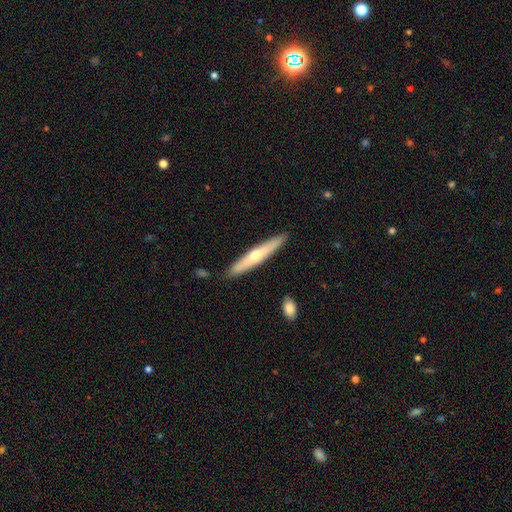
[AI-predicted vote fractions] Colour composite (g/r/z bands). It shows a featured or disk galaxy (54%) viewed edge-on (91%). Merging: none (89%).